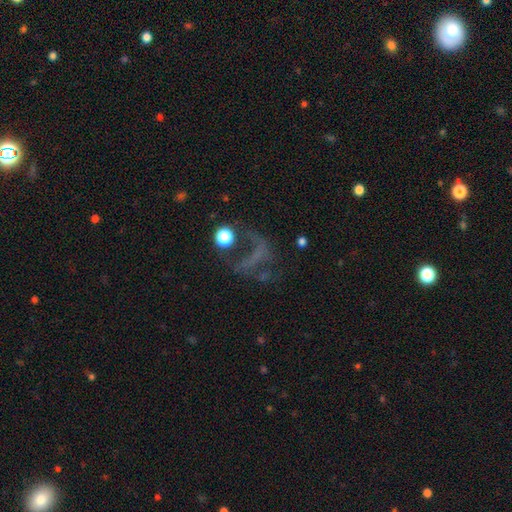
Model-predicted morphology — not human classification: The model was most divided on "smooth or featured": featured or disk: 36%, star or artifact: 35%, smooth: 29%. Remaining: merging — major disturbance (41%).